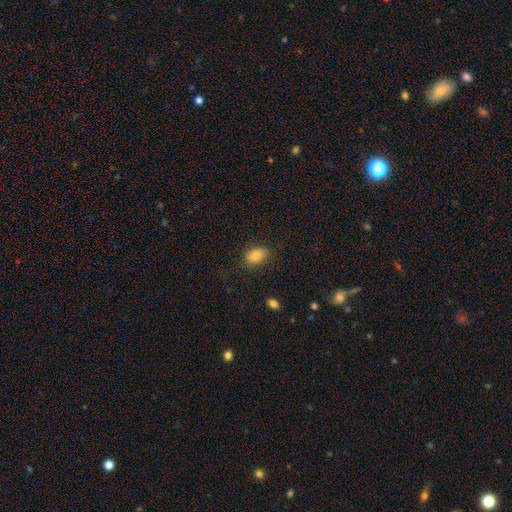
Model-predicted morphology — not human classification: Smooth or featured: smooth — 85% (star or artifact — 10%)
How rounded: in between — 87% (round — 11%)
Merging: none — 71% (minor disturbance — 21%)